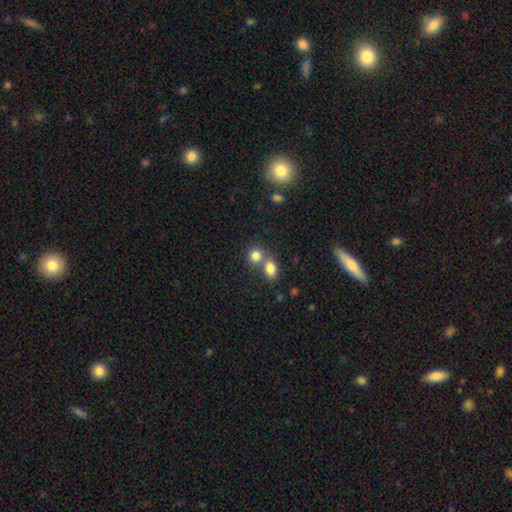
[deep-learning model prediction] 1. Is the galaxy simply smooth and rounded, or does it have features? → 81% smooth, 11% star or artifact, 8% featured or disk.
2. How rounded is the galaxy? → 68% round, 31% in between, 1% cigar-shaped.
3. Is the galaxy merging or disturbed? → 49% merger, 41% none, 7% minor disturbance, 3% major disturbance.